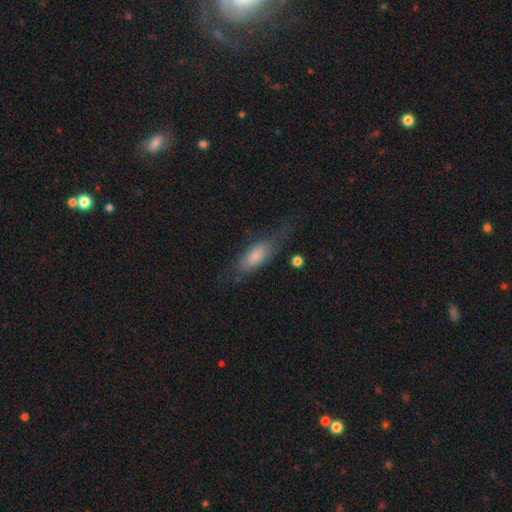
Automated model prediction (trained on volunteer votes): The model was most divided on "merging": none: 47%, minor disturbance: 28%, major disturbance: 22%, merger: 3%. More confident: how rounded — in between (71%); smooth or featured — smooth (65%).